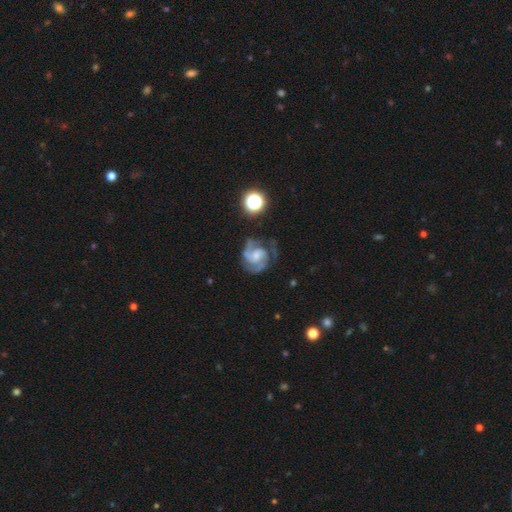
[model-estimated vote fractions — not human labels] A featured or disk galaxy (88%) with no bar (50%), 2 (58%) medium (50%) spiral arms (97%) and a small central bulge (41%). Merging: none (63%).